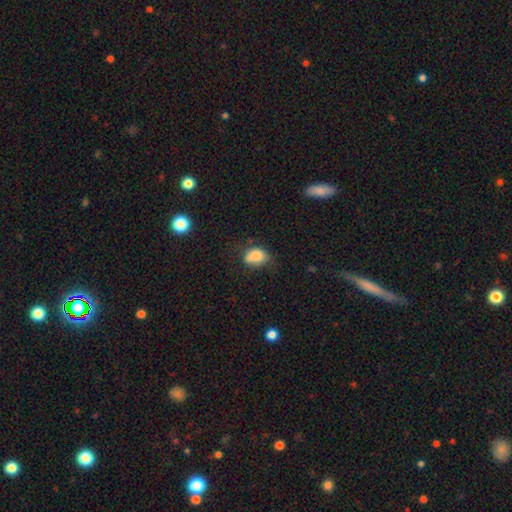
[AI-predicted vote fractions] Smooth or featured?
  - smooth: 80% *
  - featured or disk: 11%
  - star or artifact: 9%
How rounded?
  - in between: 70% *
  - round: 29%
  - cigar-shaped: 1%
Merging?
  - none: 46% *
  - minor disturbance: 36%
  - major disturbance: 12%
  - merger: 6%